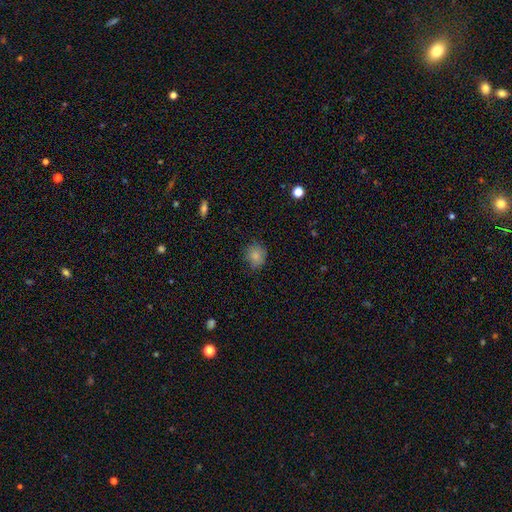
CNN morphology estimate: This appears to be a smooth galaxy with no disk features (83%) that is round (79%). Merging: none (76%).